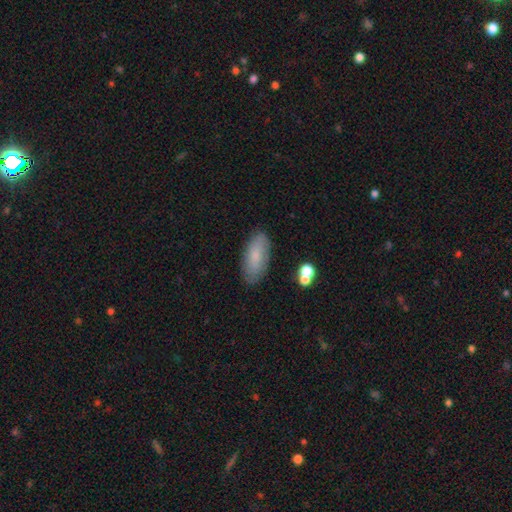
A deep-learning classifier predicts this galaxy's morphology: A smooth galaxy with no disk features (77%) that is in between round and cigar-shaped (84%).

Vote fractions:
- Smooth or featured? smooth: 77% / featured or disk: 16% / star or artifact: 7%
- How rounded? in between: 84% / cigar-shaped: 14% / round: 2%
- Merging? none: 83% / minor disturbance: 12% / major disturbance: 3% / merger: 2%